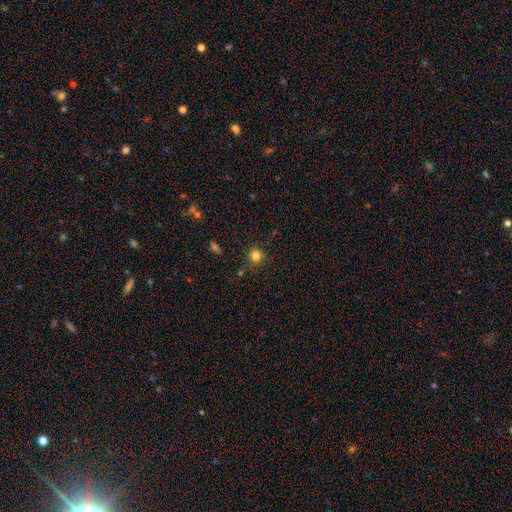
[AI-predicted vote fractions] Smooth or featured? Predicted: smooth (p=0.81). How rounded? Predicted: round (p=0.90). Merging? Predicted: none (p=0.81).